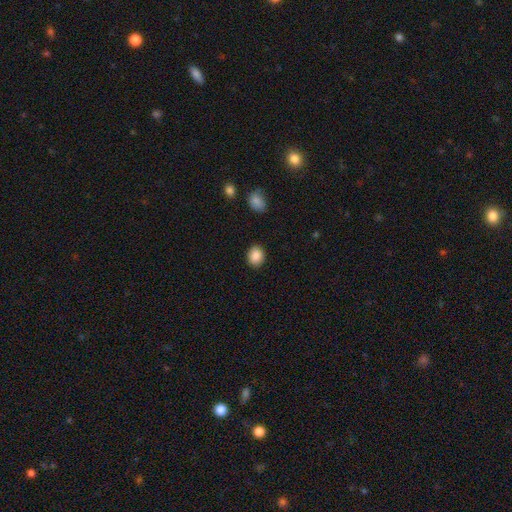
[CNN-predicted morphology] smooth-or-featured: smooth: 89% | star or artifact: 8% | featured or disk: 3%
  how-rounded: round: 57% | in between: 42% | cigar-shaped: 1%
  merging: none: 89% | minor disturbance: 8% | major disturbance: 2% | merger: 1%